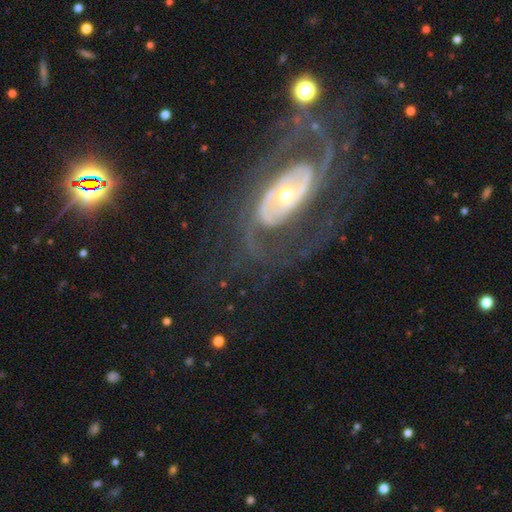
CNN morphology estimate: Smooth or featured: featured or disk — 83% (smooth — 9%)
Edge-on disk: no — 94% (yes — 6%)
Bar: no — 56% (weak — 24%)
Spiral arms: yes — 81% (no — 19%)
Spiral winding: tight — 42% (medium — 39%)
Spiral arm count: 2 — 65% (can't tell — 19%)
Bulge size: small — 55% (moderate — 38%)
Merging: none — 64% (major disturbance — 19%)